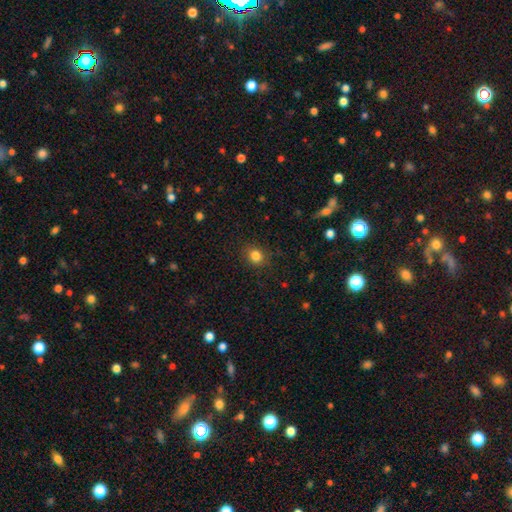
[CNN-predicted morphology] Smooth or featured? smooth (84%)
How rounded? round (75%)
Merging? none (87%)